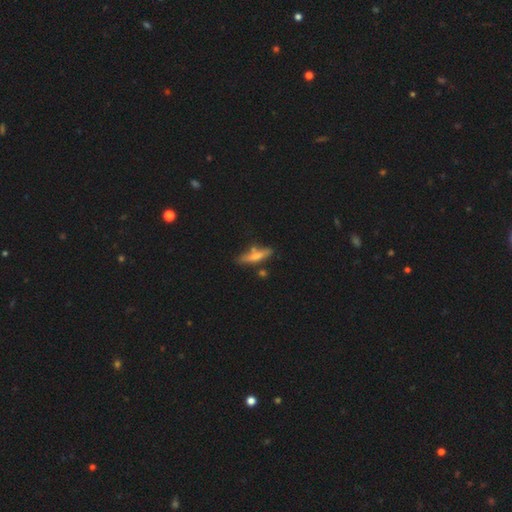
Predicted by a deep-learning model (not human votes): Smooth or featured: smooth — 54% (featured or disk — 39%)
How rounded: cigar-shaped — 79% (in between — 19%)
Merging: none — 73% (minor disturbance — 16%)